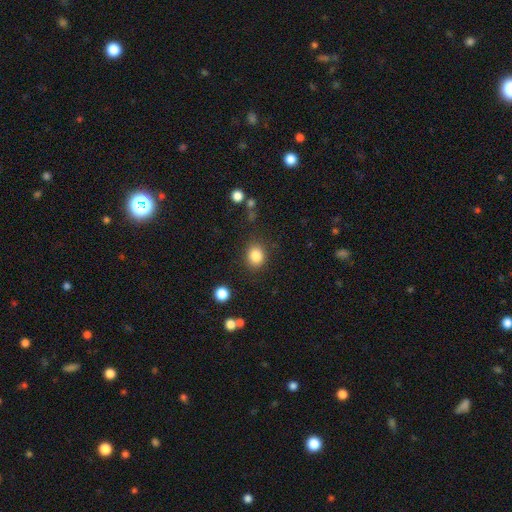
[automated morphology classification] Smooth or featured?
  - smooth: 84% *
  - star or artifact: 10%
  - featured or disk: 6%
How rounded?
  - round: 70% *
  - in between: 30%
  - cigar-shaped: 1%
Merging?
  - none: 85% *
  - minor disturbance: 10%
  - major disturbance: 3%
  - merger: 2%